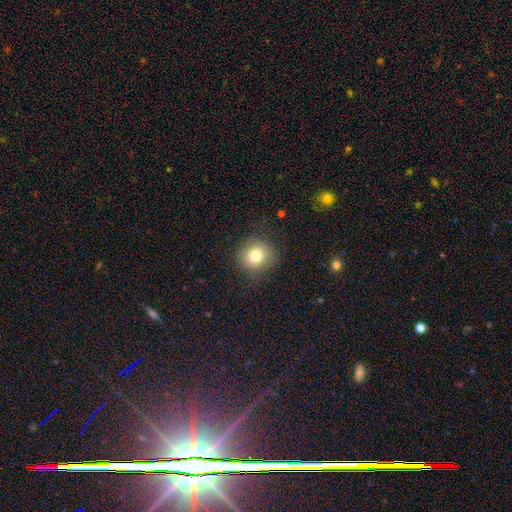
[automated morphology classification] A smooth galaxy with no disk features (79%) that is round (87%).

Vote fractions:
- Smooth or featured? smooth: 79% / star or artifact: 11% / featured or disk: 10%
- How rounded? round: 87% / in between: 12% / cigar-shaped: 1%
- Merging? none: 84% / minor disturbance: 11% / major disturbance: 4% / merger: 1%